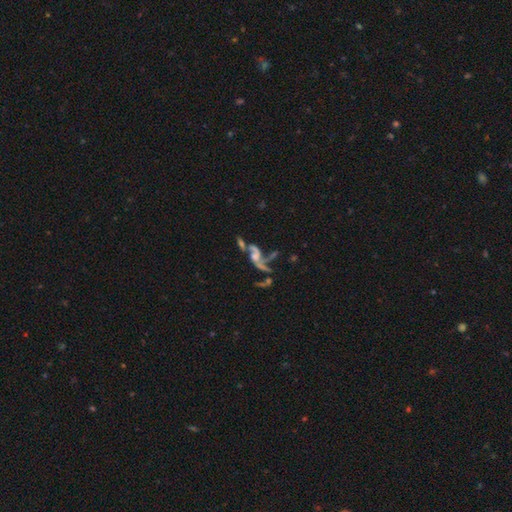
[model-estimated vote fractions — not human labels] smooth_or_featured: featured or disk (p=0.73) [alt: smooth p=0.14]
disk_edge_on: no (p=0.93) [alt: yes p=0.07]
bar: no (p=0.68) [alt: weak p=0.24]
has_spiral_arms: yes (p=0.77) [alt: no p=0.23]
spiral_winding: loose (p=0.81) [alt: medium p=0.15]
spiral_arm_count: 2 (p=0.64) [alt: 1 p=0.11]
bulge_size: small (p=0.34) [alt: none p=0.31]
merging: merger (p=0.39) [alt: major disturbance p=0.26]